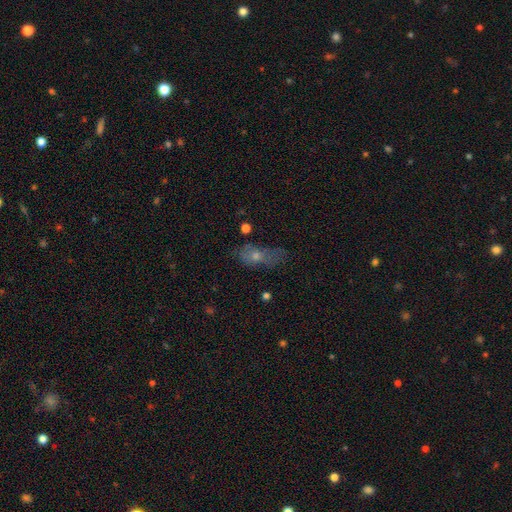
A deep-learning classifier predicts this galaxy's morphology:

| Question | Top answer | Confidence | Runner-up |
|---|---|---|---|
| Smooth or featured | smooth | 51% | featured or disk (32%) |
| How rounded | in between | 71% | cigar-shaped (18%) |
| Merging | none | 51% | minor disturbance (28%) |